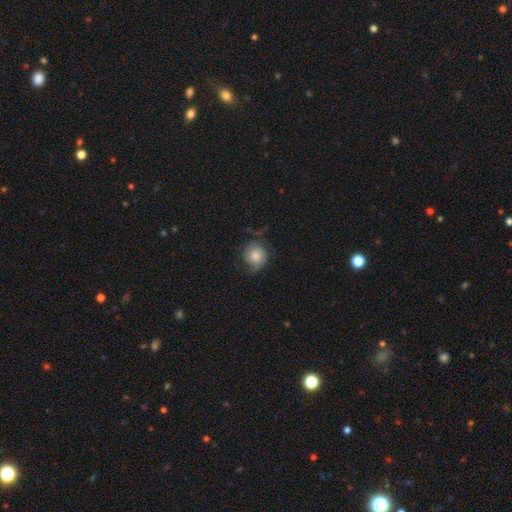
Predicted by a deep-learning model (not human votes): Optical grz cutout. It shows a smooth galaxy with no disk features (47%). Merging: none (60%).